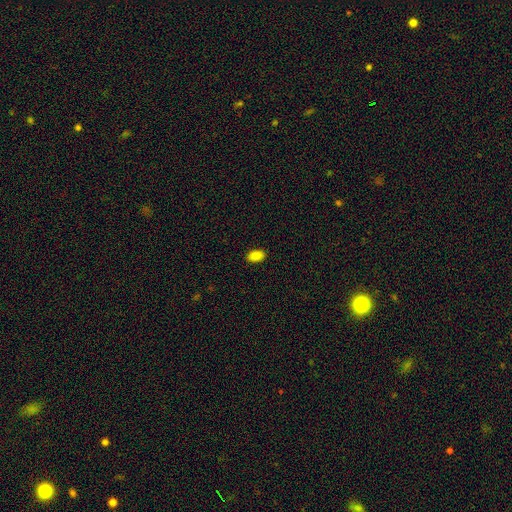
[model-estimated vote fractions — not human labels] Smooth or featured? Predicted: smooth (p=0.88). How rounded? Predicted: in between (p=0.92). Merging? Predicted: none (p=0.89).